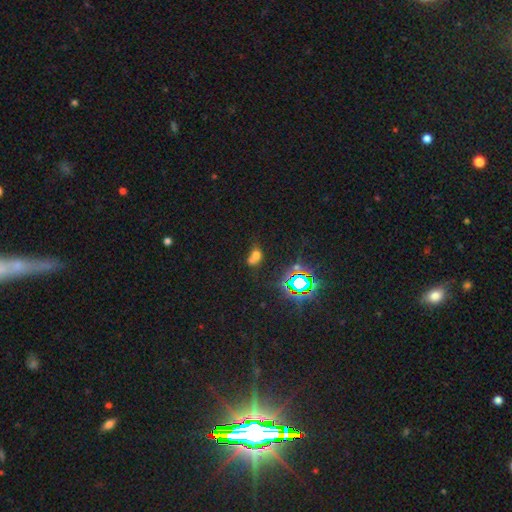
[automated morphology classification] smooth-or-featured: smooth: 56% | star or artifact: 28% | featured or disk: 16%
  how-rounded: in between: 54% | round: 43% | cigar-shaped: 3%
  merging: merger: 49% | none: 29% | minor disturbance: 12% | major disturbance: 9%